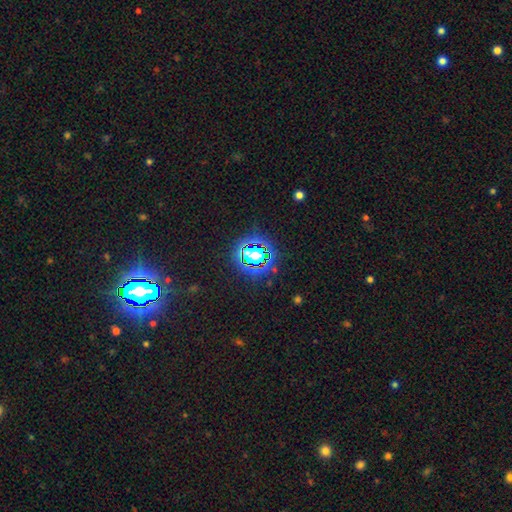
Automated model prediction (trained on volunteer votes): This is clearly a star or artifact rather than a galaxy (81%).